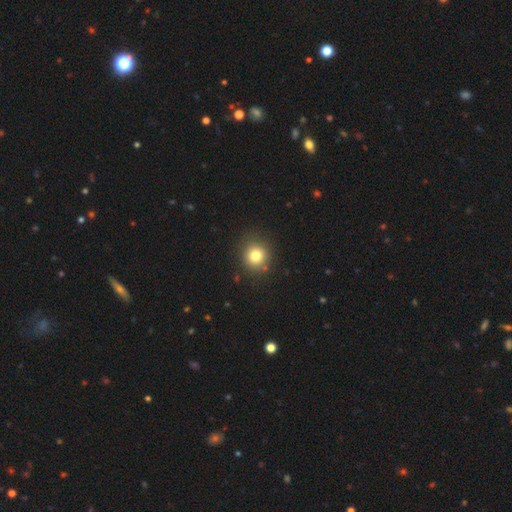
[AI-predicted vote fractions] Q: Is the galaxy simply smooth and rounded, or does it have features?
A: smooth — 79%.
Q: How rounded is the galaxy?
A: round — 90%.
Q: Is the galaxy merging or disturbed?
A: none — 87%.